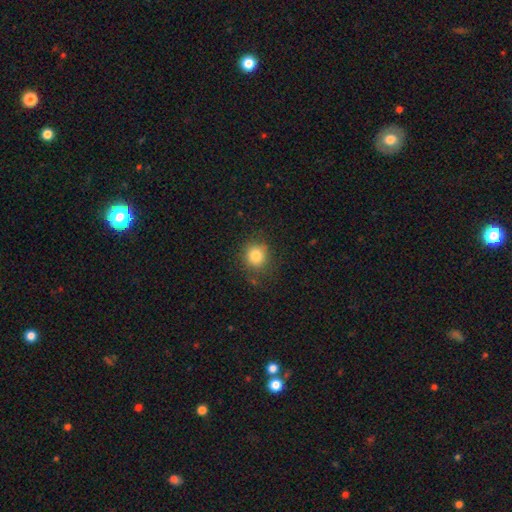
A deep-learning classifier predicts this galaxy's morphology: This appears to be a smooth galaxy with no disk features (82%) that is round (86%). Merging: none (81%).